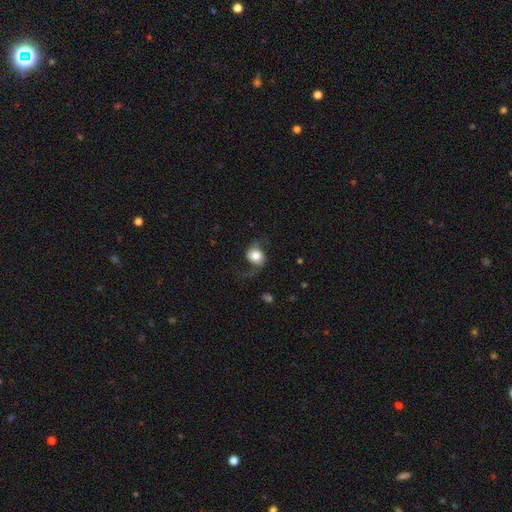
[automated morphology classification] A featured or disk galaxy (47%).

Vote fractions:
- Smooth or featured? featured or disk: 47% / smooth: 44% / star or artifact: 9%
- Merging? none: 58% / major disturbance: 22% / minor disturbance: 18% / merger: 2%